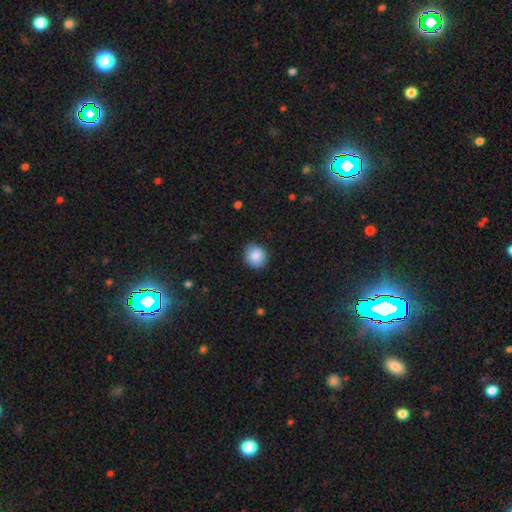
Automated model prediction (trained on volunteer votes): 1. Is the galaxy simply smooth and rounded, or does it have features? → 87% smooth, 8% star or artifact, 5% featured or disk.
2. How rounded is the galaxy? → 81% round, 18% in between, 1% cigar-shaped.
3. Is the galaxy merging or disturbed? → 87% none, 10% minor disturbance, 2% major disturbance, 1% merger.